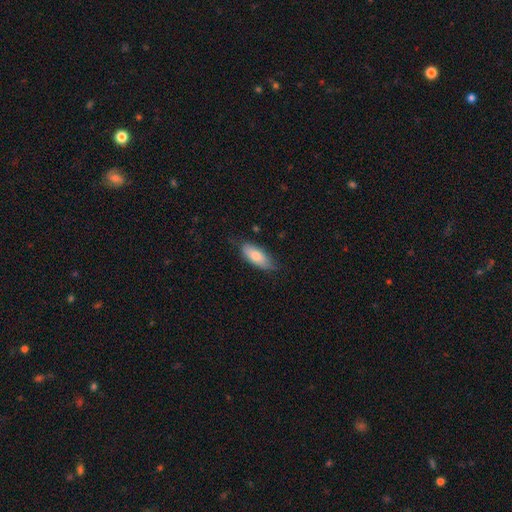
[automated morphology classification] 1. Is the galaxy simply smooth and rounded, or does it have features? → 79% smooth, 14% featured or disk, 6% star or artifact.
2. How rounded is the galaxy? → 80% in between, 18% cigar-shaped, 2% round.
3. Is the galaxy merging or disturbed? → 76% none, 19% minor disturbance, 3% major disturbance, 1% merger.